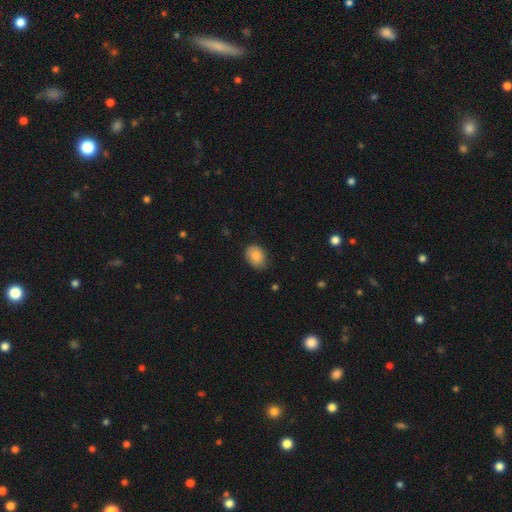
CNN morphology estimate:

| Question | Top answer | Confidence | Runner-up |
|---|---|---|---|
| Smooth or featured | smooth | 84% | featured or disk (8%) |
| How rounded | in between | 66% | round (33%) |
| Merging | none | 78% | minor disturbance (18%) |